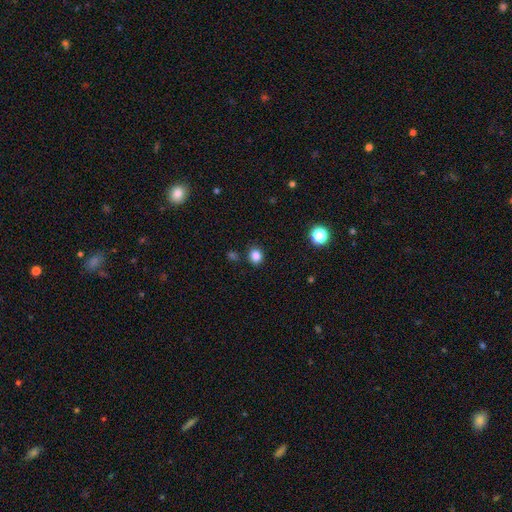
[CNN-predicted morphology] This appears to be a smooth galaxy with no disk features (84%) that is round (70%). Merging: none (85%).